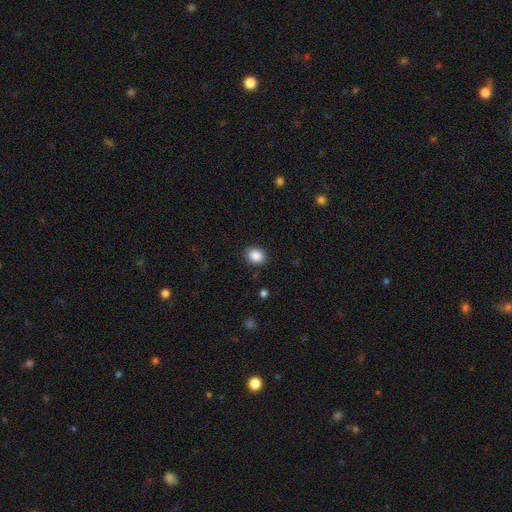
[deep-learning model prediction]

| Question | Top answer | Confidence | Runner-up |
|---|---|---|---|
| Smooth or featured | smooth | 88% | star or artifact (9%) |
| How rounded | round | 54% | in between (45%) |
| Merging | none | 88% | minor disturbance (8%) |